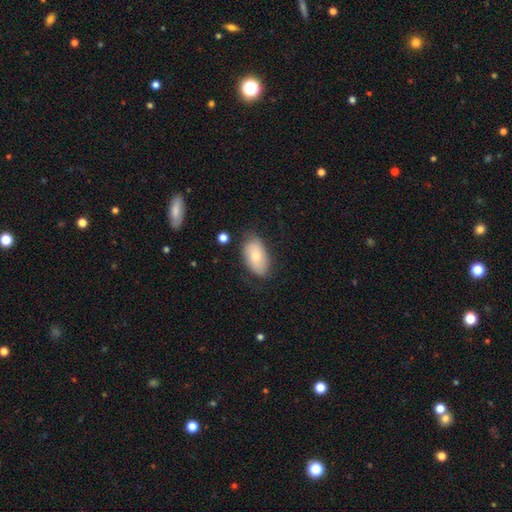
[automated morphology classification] This appears to be a smooth galaxy with no disk features (73%) that is in between round and cigar-shaped (94%). Merging: none (71%).